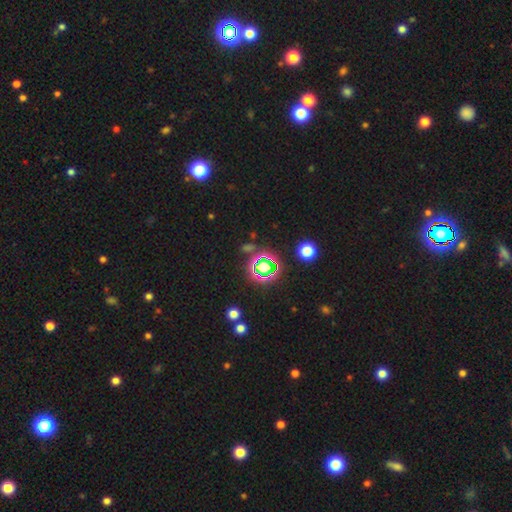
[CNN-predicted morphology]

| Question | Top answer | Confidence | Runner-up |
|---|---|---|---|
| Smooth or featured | star or artifact | 77% | smooth (15%) |